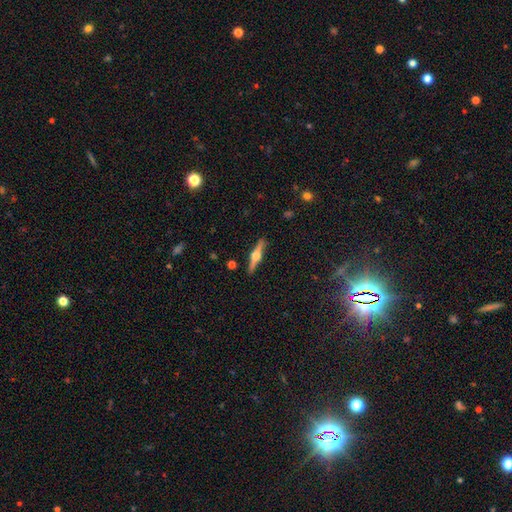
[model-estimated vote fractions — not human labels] smooth_or_featured: featured or disk (p=0.74) [alt: smooth p=0.20]
disk_edge_on: yes (p=0.98) [alt: no p=0.02]
edge_on_bulge: rounded (p=0.95) [alt: boxy p=0.03]
merging: none (p=0.90) [alt: minor disturbance p=0.07]